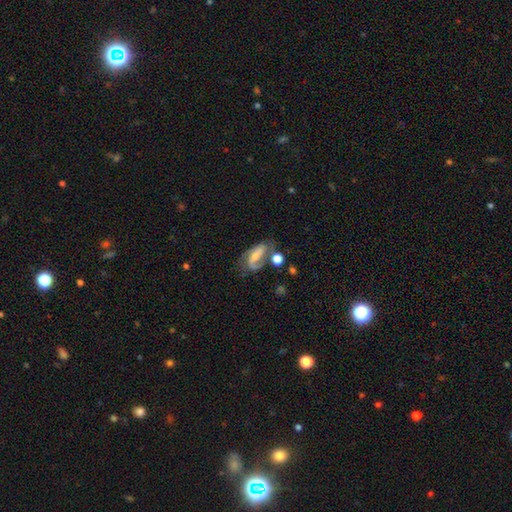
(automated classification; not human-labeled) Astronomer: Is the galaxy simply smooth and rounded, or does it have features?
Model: featured or disk — 74%.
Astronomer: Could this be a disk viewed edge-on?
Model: no — 95%.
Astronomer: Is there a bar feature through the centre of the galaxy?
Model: weak — 37% (runner-up: strong, 36%).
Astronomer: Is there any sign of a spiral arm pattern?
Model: yes — 91%.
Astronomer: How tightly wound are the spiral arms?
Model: medium — 46% (runner-up: loose, 33%).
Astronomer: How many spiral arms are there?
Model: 2 — 78%.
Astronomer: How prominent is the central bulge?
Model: small — 48% (runner-up: moderate, 38%).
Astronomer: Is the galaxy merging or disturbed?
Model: none — 49%.